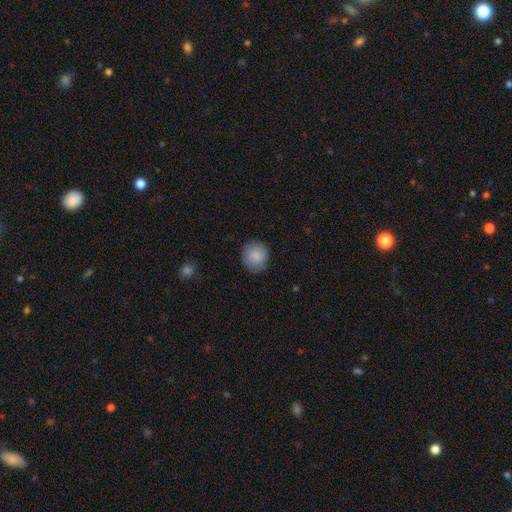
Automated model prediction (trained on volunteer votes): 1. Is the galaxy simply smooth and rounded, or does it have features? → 88% smooth, 7% star or artifact, 5% featured or disk.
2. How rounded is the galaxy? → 90% round, 9% in between, 1% cigar-shaped.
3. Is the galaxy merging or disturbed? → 87% none, 10% minor disturbance, 2% major disturbance, 1% merger.